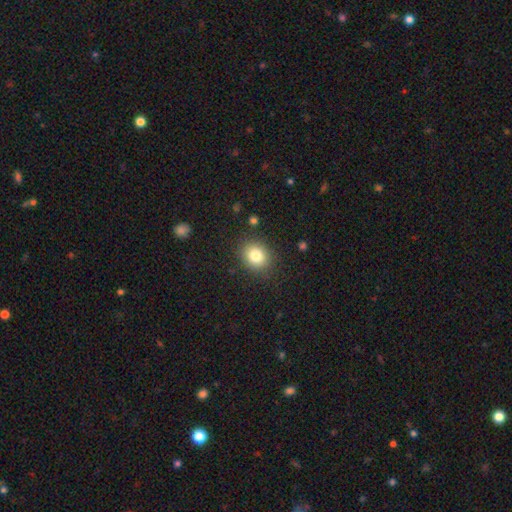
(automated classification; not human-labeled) Smooth or featured: smooth — 81% (star or artifact — 11%)
How rounded: round — 64% (in between — 35%)
Merging: none — 87% (minor disturbance — 9%)